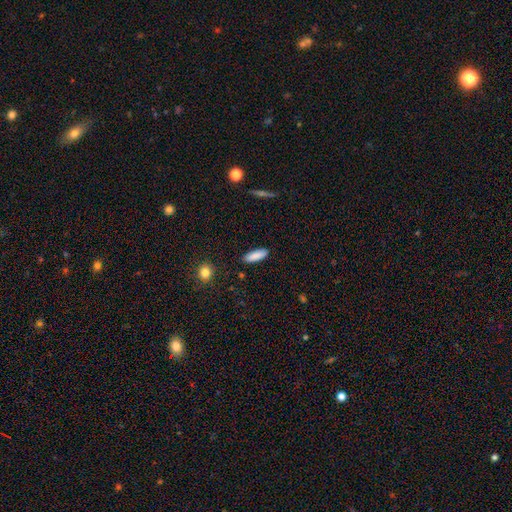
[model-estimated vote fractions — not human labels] Smooth or featured? Predicted: smooth (p=0.87). How rounded? Predicted: in between (p=0.56). Merging? Predicted: none (p=0.88).